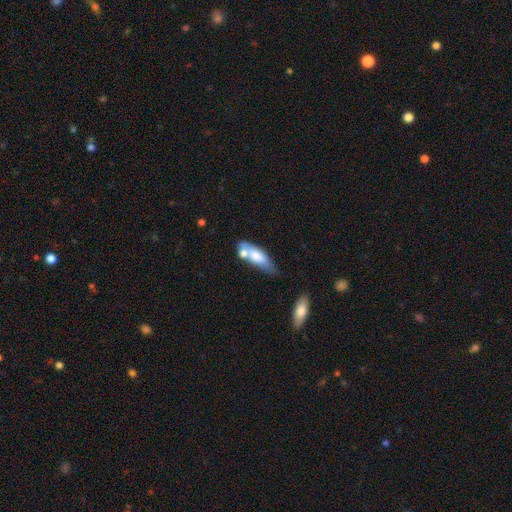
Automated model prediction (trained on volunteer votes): smooth 69%, featured or disk 25%, star or artifact 6%. Down the decision tree: how rounded — in between (61%); merging — none (38%).